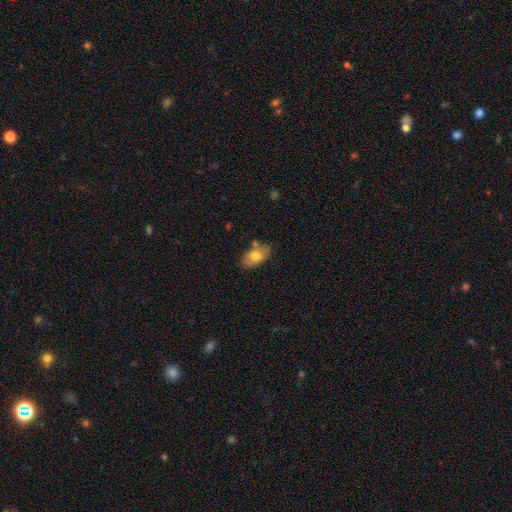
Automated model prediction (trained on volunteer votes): smooth-or-featured: smooth: 75% | featured or disk: 18% | star or artifact: 7%
  how-rounded: in between: 92% | round: 6% | cigar-shaped: 2%
  merging: none: 67% | minor disturbance: 20% | merger: 9% | major disturbance: 4%